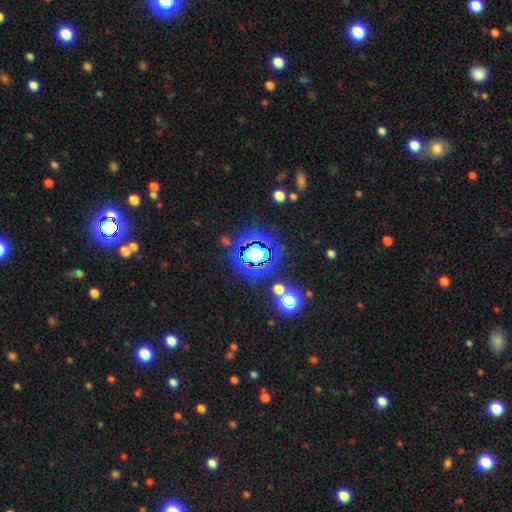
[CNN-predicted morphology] Smooth or featured? Predicted: star or artifact (p=0.70).